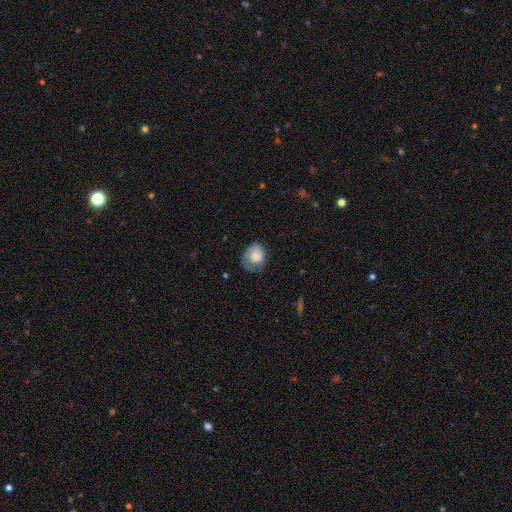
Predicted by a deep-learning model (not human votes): Smooth or featured: smooth — 73% (featured or disk — 20%)
How rounded: round — 59% (in between — 40%)
Merging: none — 48% (minor disturbance — 30%)